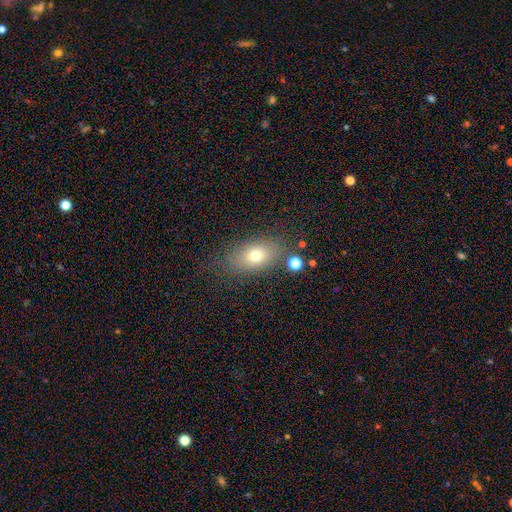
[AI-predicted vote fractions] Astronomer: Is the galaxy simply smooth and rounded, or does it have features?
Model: smooth — 71%.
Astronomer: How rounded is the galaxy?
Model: in between — 80%.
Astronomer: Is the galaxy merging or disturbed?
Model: none — 76%.